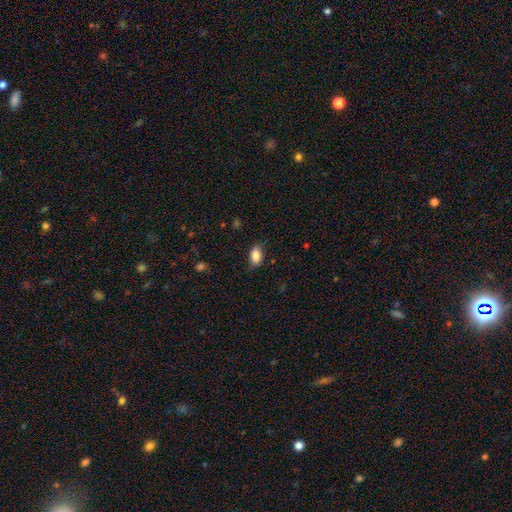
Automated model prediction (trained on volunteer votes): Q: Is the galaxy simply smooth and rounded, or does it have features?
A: smooth — 84%.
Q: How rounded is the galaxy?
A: in between — 87%.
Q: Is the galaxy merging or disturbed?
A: none — 75%.